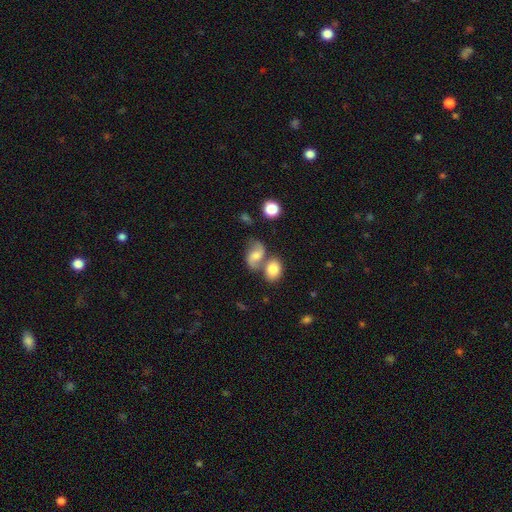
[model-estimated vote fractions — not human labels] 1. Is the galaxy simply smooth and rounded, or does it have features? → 61% featured or disk, 30% smooth, 9% star or artifact.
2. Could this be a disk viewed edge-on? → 97% no, 3% yes.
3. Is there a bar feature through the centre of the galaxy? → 49% no, 40% weak, 11% strong.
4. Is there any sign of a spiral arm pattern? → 91% yes, 9% no.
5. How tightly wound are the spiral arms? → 59% loose, 34% medium, 7% tight.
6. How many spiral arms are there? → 91% 2, 3% can't tell, 3% 1, 1% 3, 1% 4, 1% more than 4.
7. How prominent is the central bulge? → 49% moderate, 24% small, 15% large, 10% none, 2% dominant.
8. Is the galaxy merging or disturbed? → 44% merger, 37% none, 13% minor disturbance, 6% major disturbance.